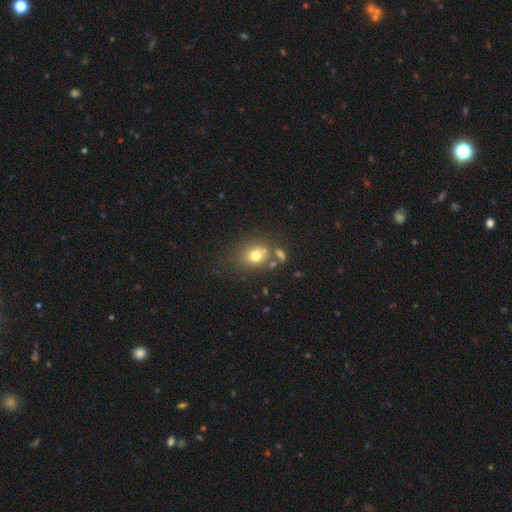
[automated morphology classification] Smooth or featured? smooth (73%)
How rounded? round (53%)
Merging? none (59%)